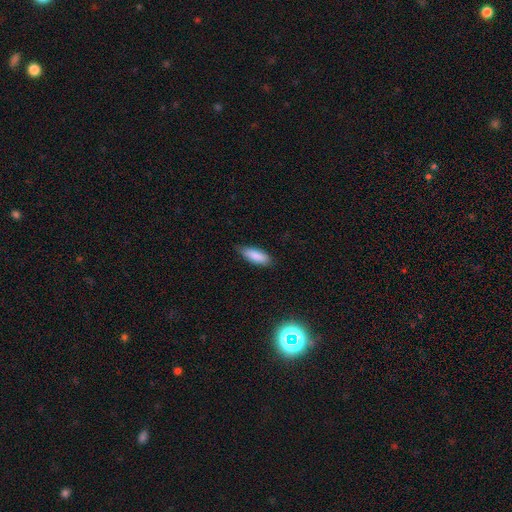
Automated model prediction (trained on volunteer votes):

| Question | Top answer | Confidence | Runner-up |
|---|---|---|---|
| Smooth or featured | smooth | 87% | featured or disk (7%) |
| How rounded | in between | 69% | cigar-shaped (29%) |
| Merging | none | 78% | minor disturbance (18%) |